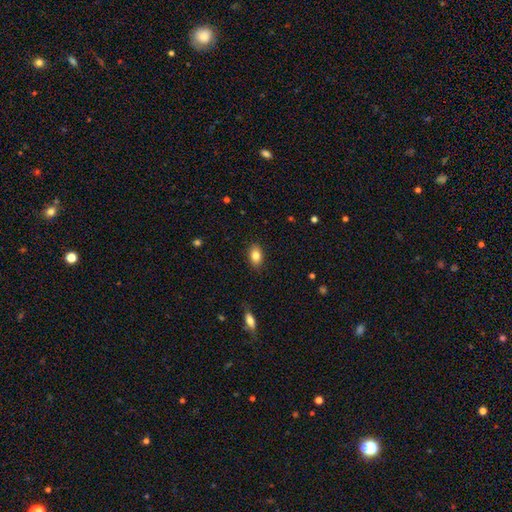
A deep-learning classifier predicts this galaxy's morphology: A smooth galaxy with no disk features (84%) that is in between round and cigar-shaped (86%).

Vote fractions:
- Smooth or featured? smooth: 84% / featured or disk: 8% / star or artifact: 8%
- How rounded? in between: 86% / round: 12% / cigar-shaped: 2%
- Merging? none: 86% / minor disturbance: 10% / major disturbance: 2% / merger: 1%